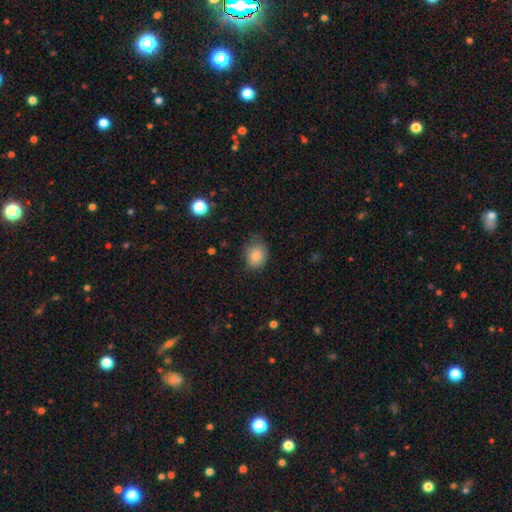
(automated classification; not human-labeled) The model was most divided on "how rounded": round: 57%, in between: 42%, cigar-shaped: 1%. More confident: smooth or featured — smooth (83%); merging — none (65%).